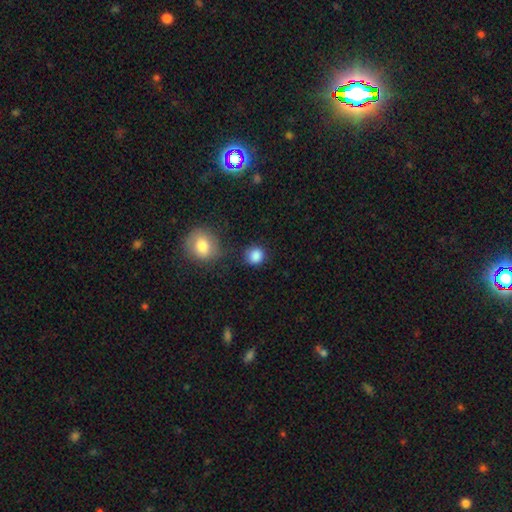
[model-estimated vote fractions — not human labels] Smooth or featured: smooth — 87% (star or artifact — 9%)
How rounded: round — 83% (in between — 16%)
Merging: none — 76% (minor disturbance — 14%)